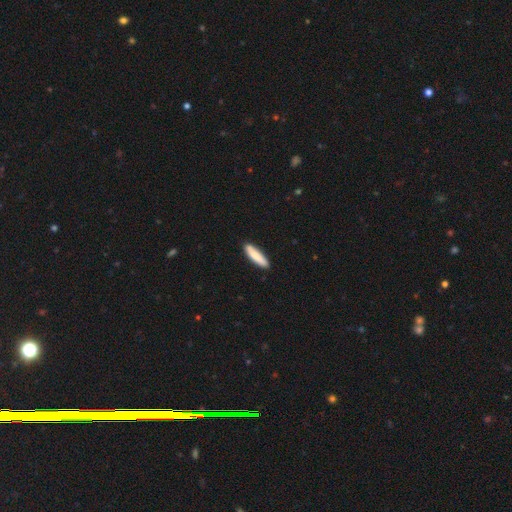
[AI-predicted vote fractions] Smooth or featured? smooth (83%)
How rounded? cigar-shaped (77%)
Merging? none (86%)